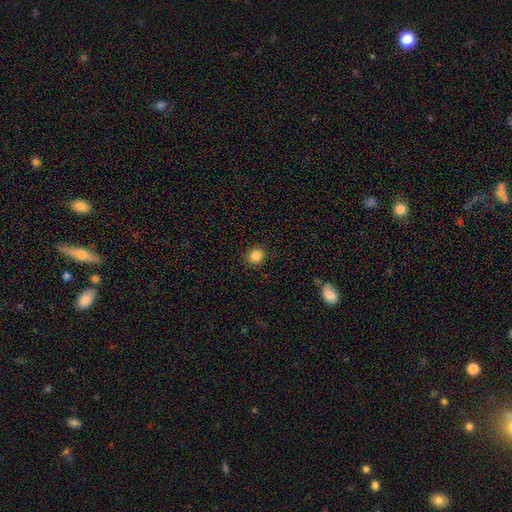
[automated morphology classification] smooth 86%, star or artifact 11%, featured or disk 3%. Down the decision tree: how rounded — round (83%); merging — none (90%).